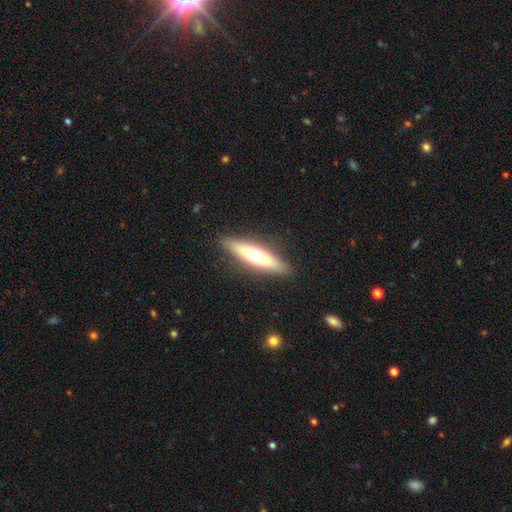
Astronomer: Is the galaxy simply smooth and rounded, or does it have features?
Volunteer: smooth — 54% (runner-up: featured or disk, 43%).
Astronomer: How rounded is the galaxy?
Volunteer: cigar-shaped — 95%.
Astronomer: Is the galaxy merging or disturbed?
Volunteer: none — 92%.